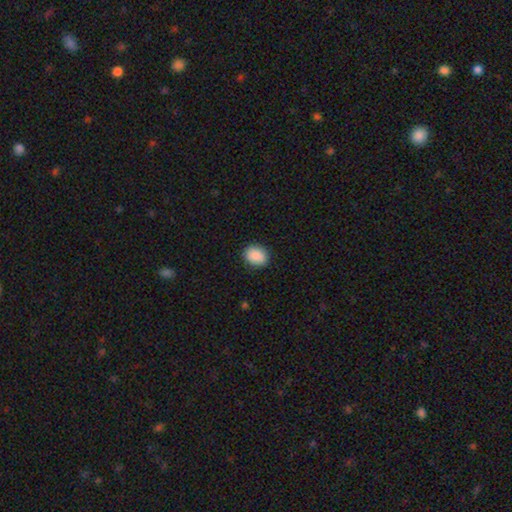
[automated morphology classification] Overall: smooth (90%). How rounded: in between (50%; round 49%). Merging: none (88%).